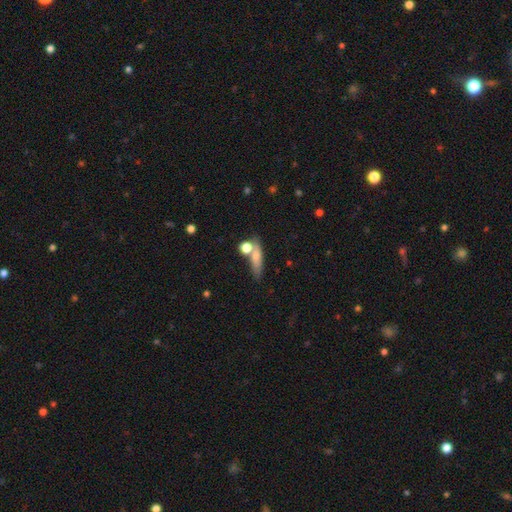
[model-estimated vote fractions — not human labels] Morphology: type=smooth (71%); roundness=cigar-shaped (50%); merging=none (54%).